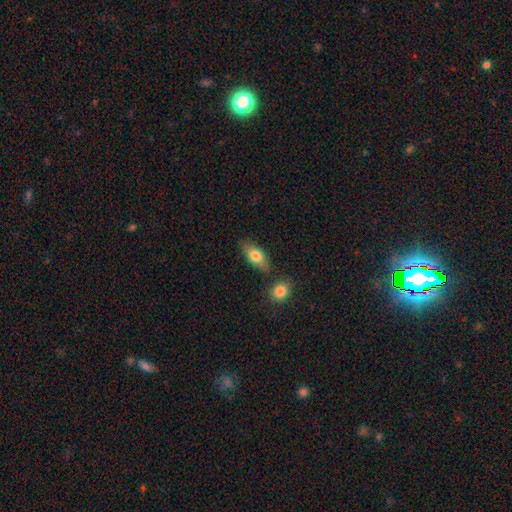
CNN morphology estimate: This is likely a smooth galaxy (77%). How rounded: clearly in between (85%). Merging: likely none (76%).